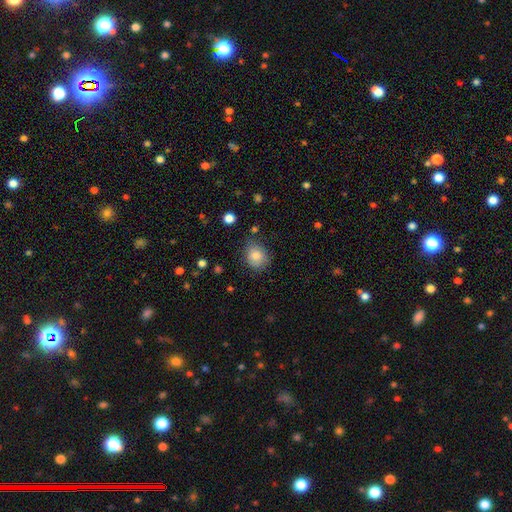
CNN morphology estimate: A smooth galaxy with no disk features (82%) that is round (54%).

Vote fractions:
- Smooth or featured? smooth: 82% / featured or disk: 9% / star or artifact: 9%
- How rounded? round: 54% / in between: 45% / cigar-shaped: 1%
- Merging? none: 70% / minor disturbance: 22% / major disturbance: 5% / merger: 3%